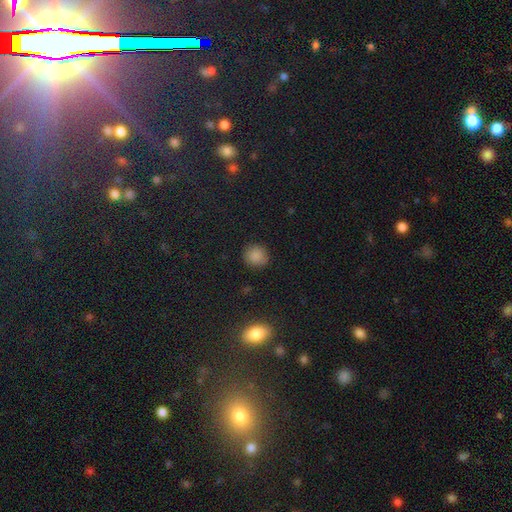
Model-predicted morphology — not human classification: Overall: smooth (84%). How rounded: round (88%). Merging: none (88%).